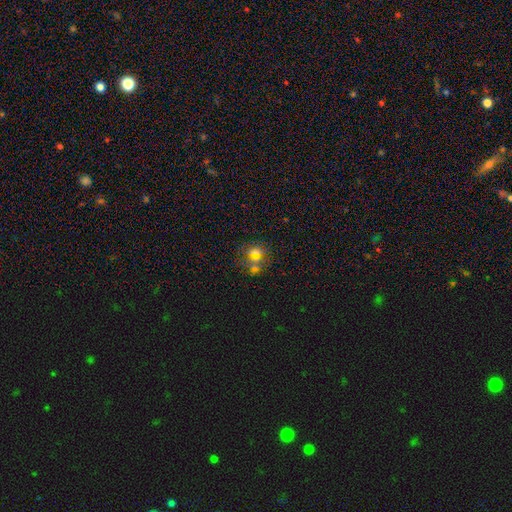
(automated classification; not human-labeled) Smooth or featured? smooth (50%)
How rounded? round (62%)
Merging? none (43%)